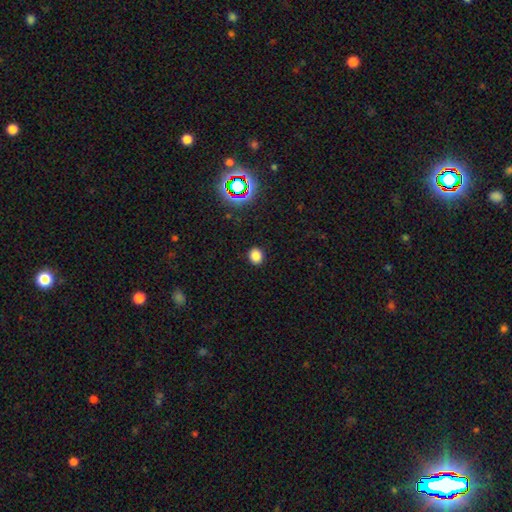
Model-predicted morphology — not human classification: smooth_or_featured: smooth (p=0.81) [alt: star or artifact p=0.15]
how_rounded: round (p=0.77) [alt: in between p=0.22]
merging: none (p=0.91) [alt: minor disturbance p=0.06]